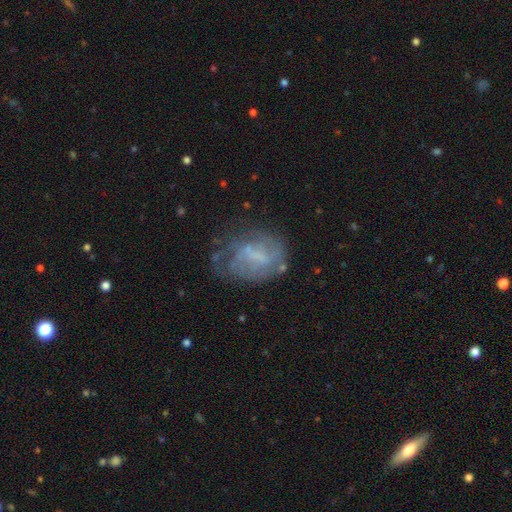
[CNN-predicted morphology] Smooth or featured?
  - featured or disk: 56% *
  - smooth: 32%
  - star or artifact: 12%
Edge-on disk?
  - no: 97% *
  - yes: 3%
Bar?
  - no: 43% *
  - weak: 42%
  - strong: 14%
Spiral arms?
  - no: 52% *
  - yes: 48%
Bulge size?
  - none: 49% *
  - small: 28%
  - moderate: 19%
  - large: 3%
  - dominant: 1%
Merging?
  - none: 46% *
  - minor disturbance: 27%
  - major disturbance: 24%
  - merger: 4%